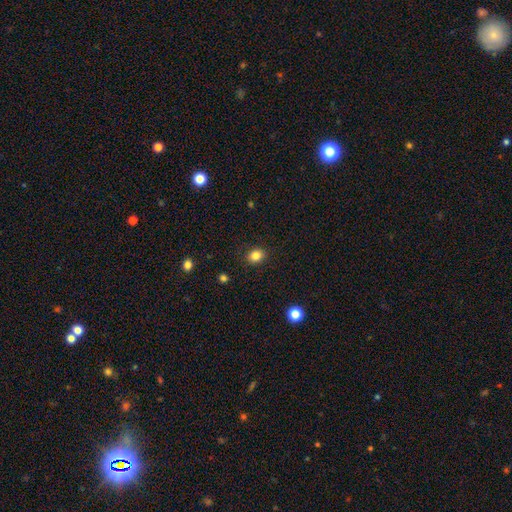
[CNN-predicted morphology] Smooth or featured? smooth (84%)
How rounded? round (52%)
Merging? none (88%)